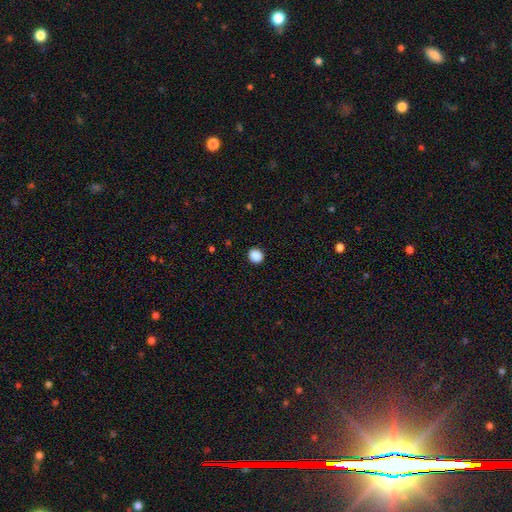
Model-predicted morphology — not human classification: This appears to be a smooth galaxy with no disk features (89%) that is round (79%). Merging: none (91%).